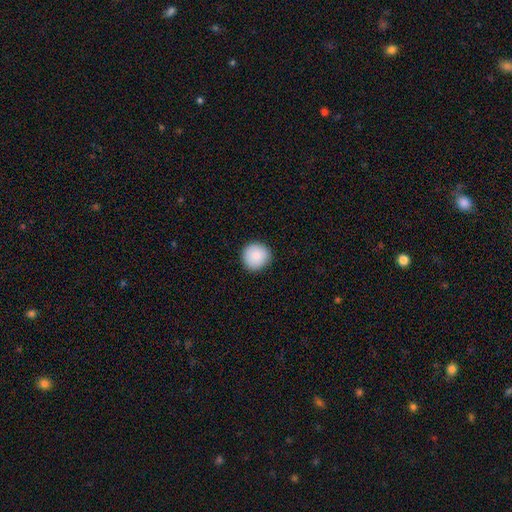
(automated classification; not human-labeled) Smooth or featured? Predicted: smooth (p=0.86). How rounded? Predicted: round (p=0.95). Merging? Predicted: none (p=0.90).